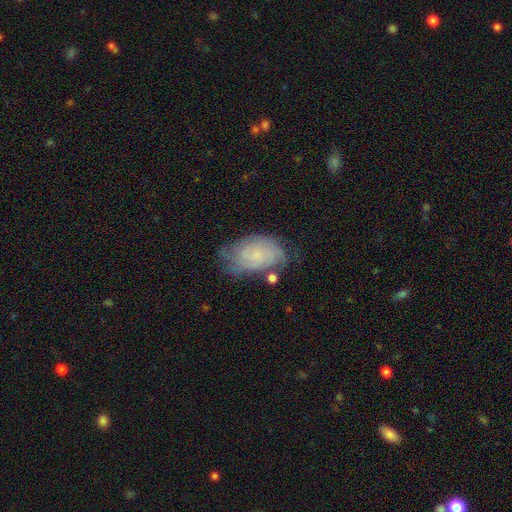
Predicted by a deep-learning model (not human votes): Smooth or featured?
  - featured or disk: 52% *
  - smooth: 39%
  - star or artifact: 9%
Edge-on disk?
  - no: 96% *
  - yes: 4%
Bar?
  - no: 79% *
  - weak: 19%
  - strong: 3%
Spiral arms?
  - yes: 77% *
  - no: 23%
Bulge size?
  - small: 70% *
  - none: 15%
  - moderate: 11%
  - large: 2%
  - dominant: 1%
Merging?
  - none: 53% *
  - minor disturbance: 29%
  - major disturbance: 13%
  - merger: 5%